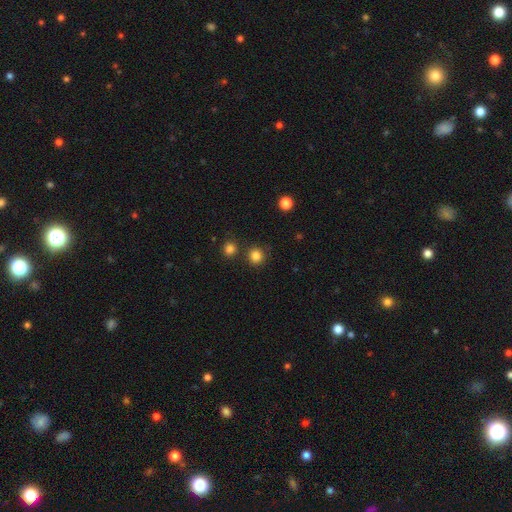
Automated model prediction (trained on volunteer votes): This is clearly a smooth galaxy (83%). How rounded: clearly round (92%). Merging: clearly none (82%).